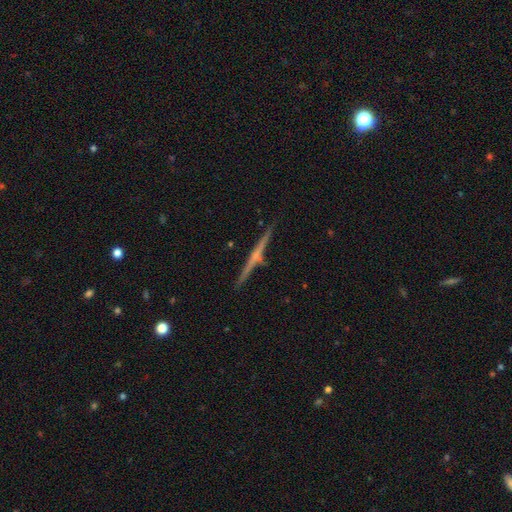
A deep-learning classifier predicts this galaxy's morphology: Q: Smooth or featured?
A: featured or disk (77%); runner-up: smooth (17%)
Q: Edge-on disk?
A: yes (98%); runner-up: no (2%)
Q: Edge-on bulge?
A: rounded (56%); runner-up: none (34%)
Q: Merging?
A: none (89%); runner-up: minor disturbance (7%)